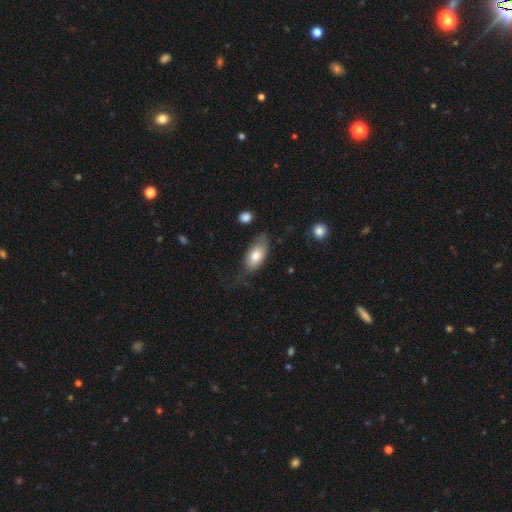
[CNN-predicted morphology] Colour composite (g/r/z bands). It shows a smooth galaxy with no disk features (78%) that is in between round and cigar-shaped (90%). Merging: none (54%).